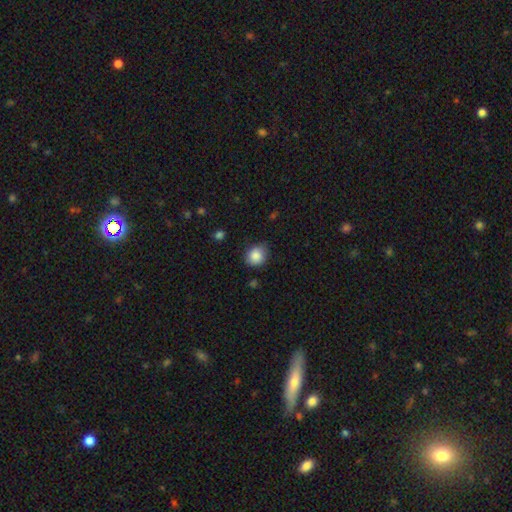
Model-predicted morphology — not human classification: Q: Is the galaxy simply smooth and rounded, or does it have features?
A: smooth — 86%.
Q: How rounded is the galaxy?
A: round — 71%.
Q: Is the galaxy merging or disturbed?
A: none — 75%.